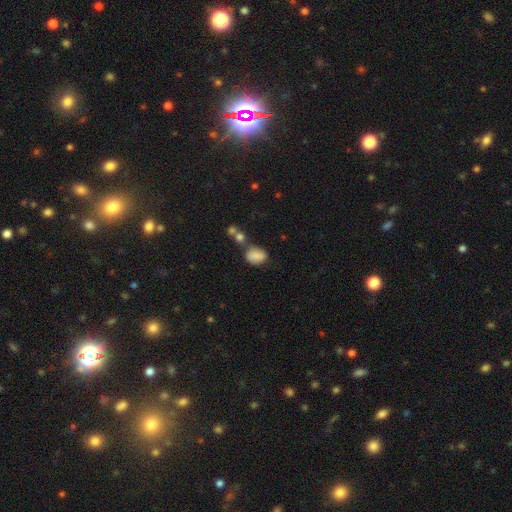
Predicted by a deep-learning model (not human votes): Morphology: type=smooth (77%); roundness=in between (60%); merging=none (53%).